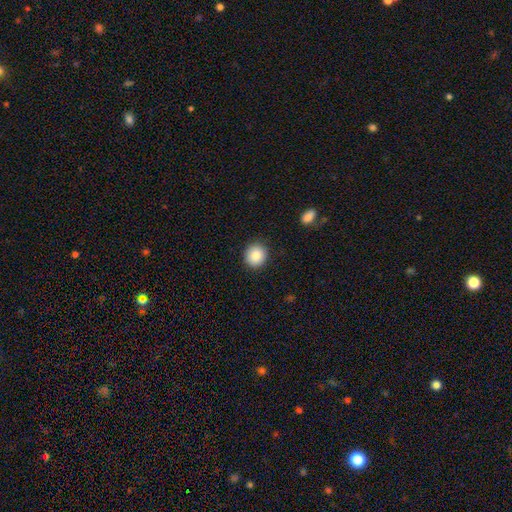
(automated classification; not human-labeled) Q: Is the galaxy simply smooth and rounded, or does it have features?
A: smooth — 85%.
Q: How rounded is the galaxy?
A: round — 90%.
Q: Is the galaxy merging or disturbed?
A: none — 90%.